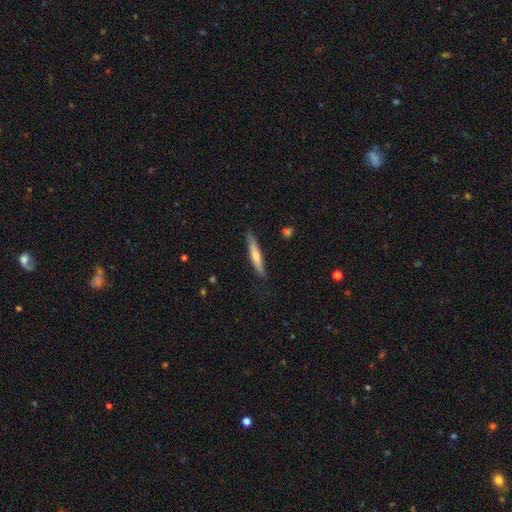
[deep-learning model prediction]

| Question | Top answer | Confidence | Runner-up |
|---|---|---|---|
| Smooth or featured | smooth | 60% | featured or disk (34%) |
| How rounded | cigar-shaped | 91% | in between (8%) |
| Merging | none | 83% | minor disturbance (13%) |